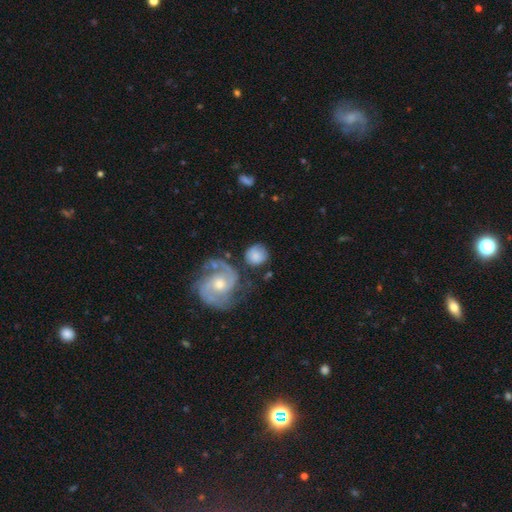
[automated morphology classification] smooth_or_featured: smooth (p=0.56) [alt: featured or disk p=0.36]
how_rounded: round (p=0.85) [alt: in between p=0.13]
merging: none (p=0.62) [alt: minor disturbance p=0.17]